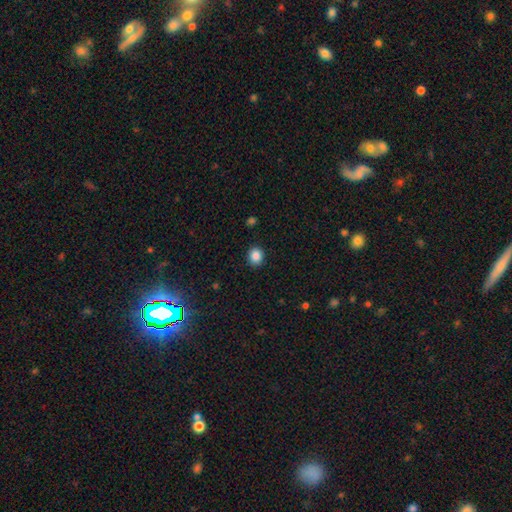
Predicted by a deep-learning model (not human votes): Smooth or featured?
  - smooth: 86% *
  - star or artifact: 10%
  - featured or disk: 4%
How rounded?
  - round: 76% *
  - in between: 23%
  - cigar-shaped: 1%
Merging?
  - none: 90% *
  - minor disturbance: 6%
  - major disturbance: 2%
  - merger: 1%